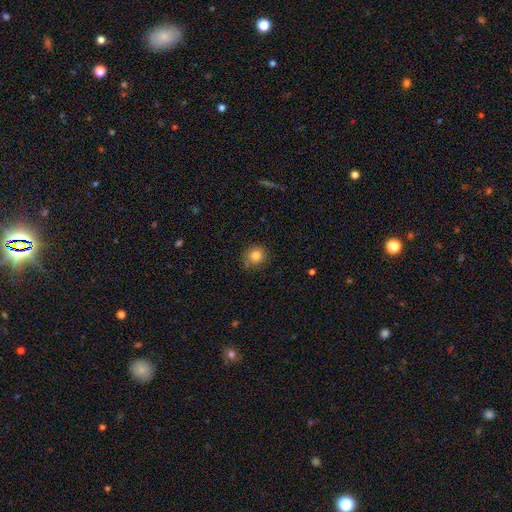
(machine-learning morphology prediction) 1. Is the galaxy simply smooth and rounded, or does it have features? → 83% smooth, 10% star or artifact, 6% featured or disk.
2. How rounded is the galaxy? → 87% round, 12% in between, 1% cigar-shaped.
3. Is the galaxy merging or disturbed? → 77% none, 16% minor disturbance, 4% major disturbance, 3% merger.